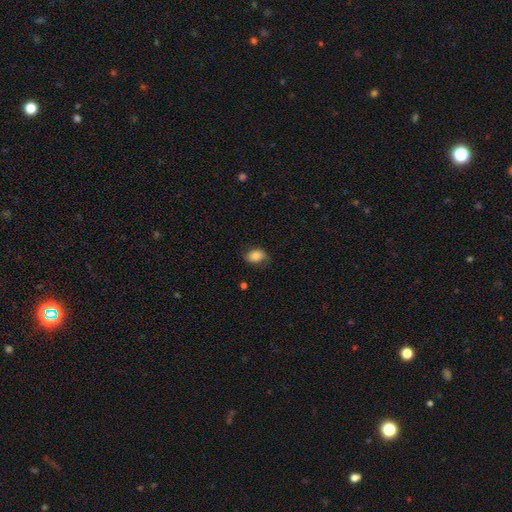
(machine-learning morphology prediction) Smooth or featured? Predicted: smooth (p=0.83). How rounded? Predicted: in between (p=0.78). Merging? Predicted: none (p=0.75).